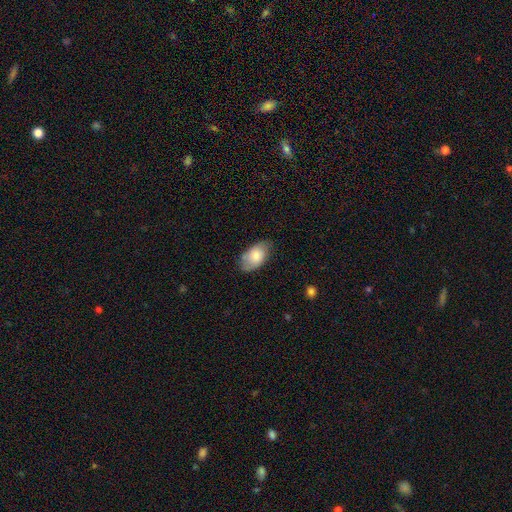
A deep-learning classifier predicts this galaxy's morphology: smooth 75%, featured or disk 19%, star or artifact 6%. Down the decision tree: how rounded — in between (93%); merging — none (69%).